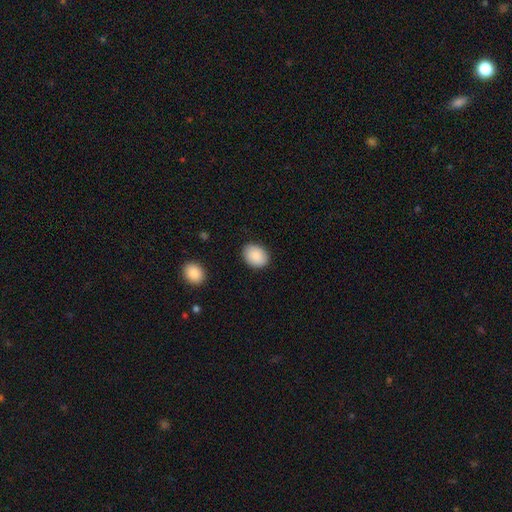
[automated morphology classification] Smooth or featured: smooth — 89% (star or artifact — 7%)
How rounded: in between — 65% (round — 34%)
Merging: none — 87% (minor disturbance — 9%)